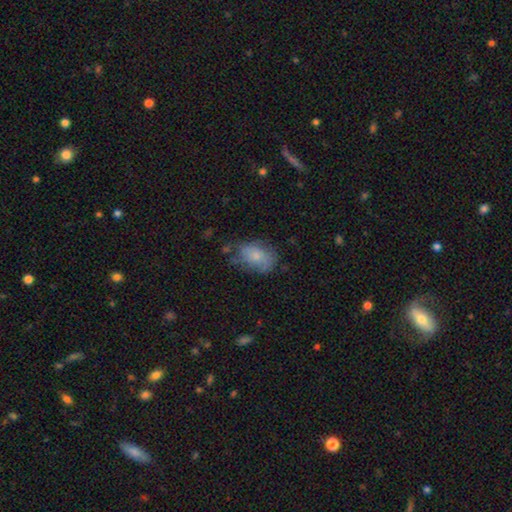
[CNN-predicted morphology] type=smooth (67%); roundness=in between (83%); merging=none (50%).